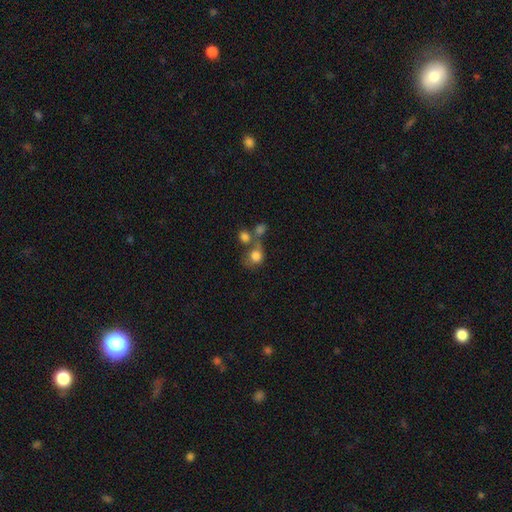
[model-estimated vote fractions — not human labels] The model was most divided on "merging": merger: 43%, none: 32%, minor disturbance: 13%, major disturbance: 12%. More confident: smooth or featured — smooth (76%); how rounded — round (71%).